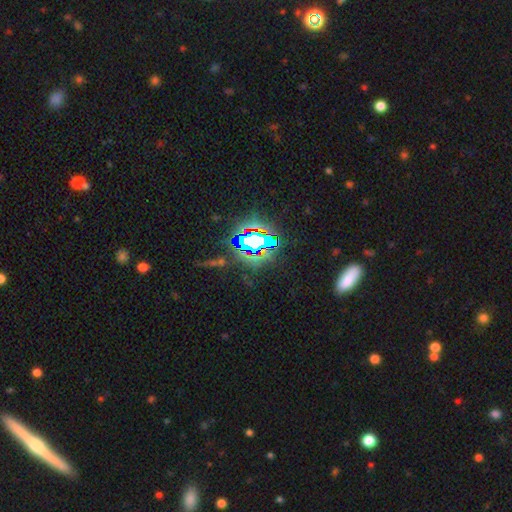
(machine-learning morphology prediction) Smooth or featured? Predicted: star or artifact (p=0.68).